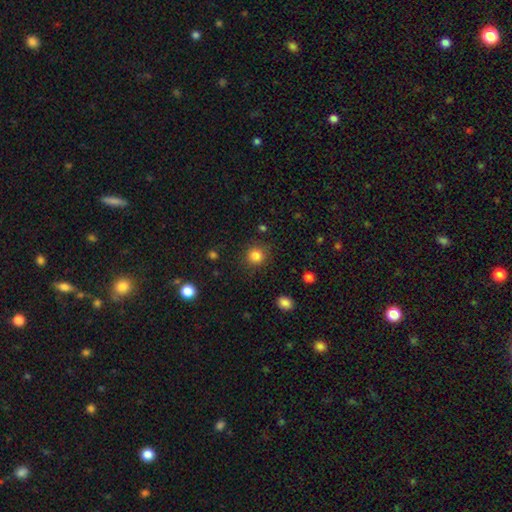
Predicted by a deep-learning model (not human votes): A smooth galaxy with no disk features (84%) that is round (91%).

Vote fractions:
- Smooth or featured? smooth: 84% / star or artifact: 12% / featured or disk: 5%
- How rounded? round: 91% / in between: 8% / cigar-shaped: 1%
- Merging? none: 87% / minor disturbance: 8% / major disturbance: 3% / merger: 1%